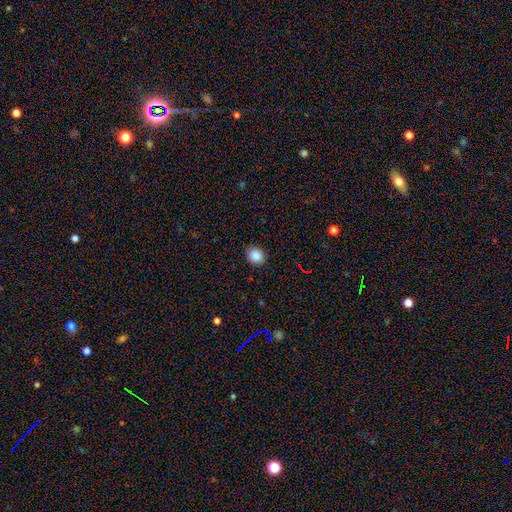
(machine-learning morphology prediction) A smooth galaxy with no disk features (86%) that is round (63%). Merging: none (89%).